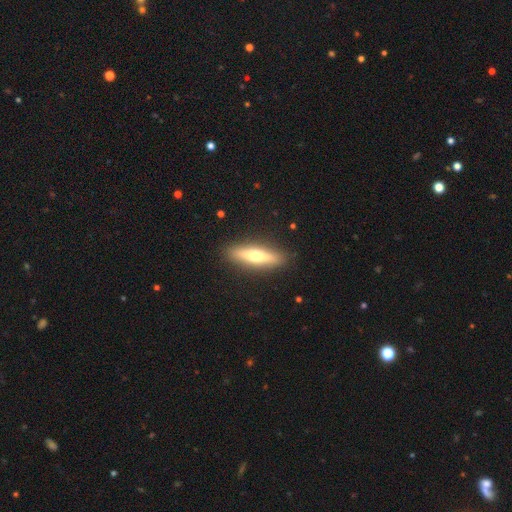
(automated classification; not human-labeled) Smooth or featured?
  - smooth: 50% *
  - featured or disk: 45%
  - star or artifact: 6%
Merging?
  - none: 90% *
  - minor disturbance: 7%
  - major disturbance: 2%
  - merger: 1%